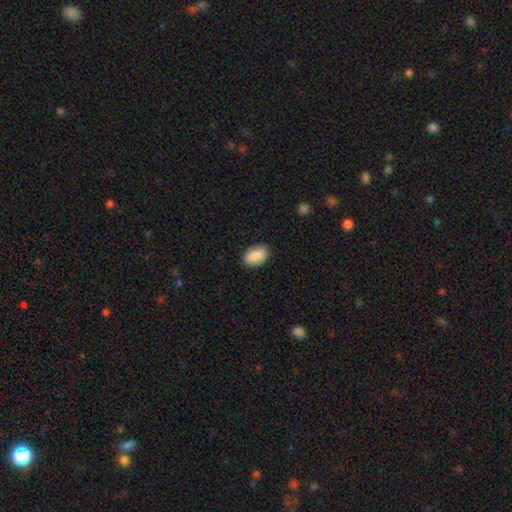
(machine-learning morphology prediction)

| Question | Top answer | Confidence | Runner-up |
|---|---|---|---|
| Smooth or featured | smooth | 87% | featured or disk (7%) |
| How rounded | in between | 90% | round (8%) |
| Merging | none | 88% | minor disturbance (9%) |